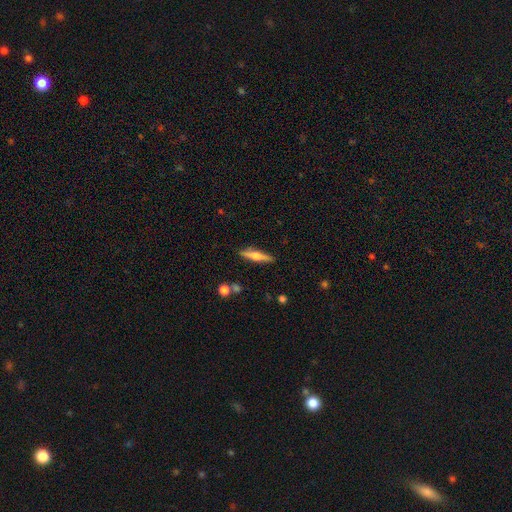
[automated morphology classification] Q: Smooth or featured?
A: smooth (53%); runner-up: featured or disk (41%)
Q: How rounded?
A: cigar-shaped (82%); runner-up: in between (15%)
Q: Merging?
A: none (87%); runner-up: minor disturbance (9%)